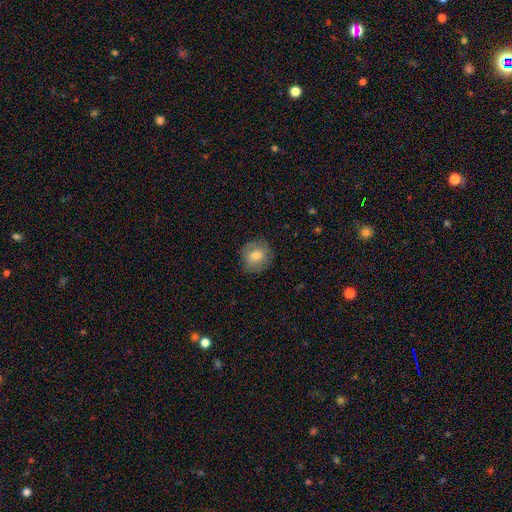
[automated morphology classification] smooth 72%, featured or disk 19%, star or artifact 9%. Down the decision tree: how rounded — round (86%); merging — none (85%).